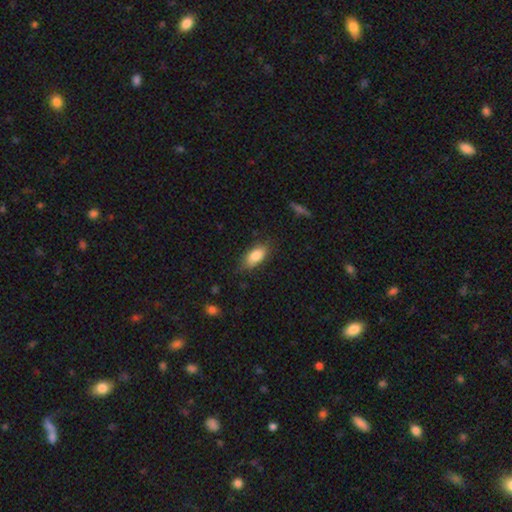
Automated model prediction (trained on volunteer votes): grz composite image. It shows a smooth galaxy with no disk features (84%) that is in between round and cigar-shaped (89%). Merging: none (75%).